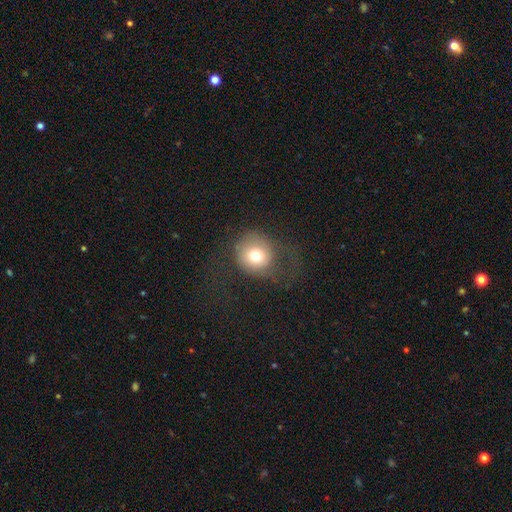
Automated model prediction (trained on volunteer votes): smooth-or-featured: smooth: 73% | featured or disk: 16% | star or artifact: 11%
  how-rounded: round: 85% | in between: 14% | cigar-shaped: 1%
  merging: none: 52% | major disturbance: 28% | minor disturbance: 19% | merger: 2%